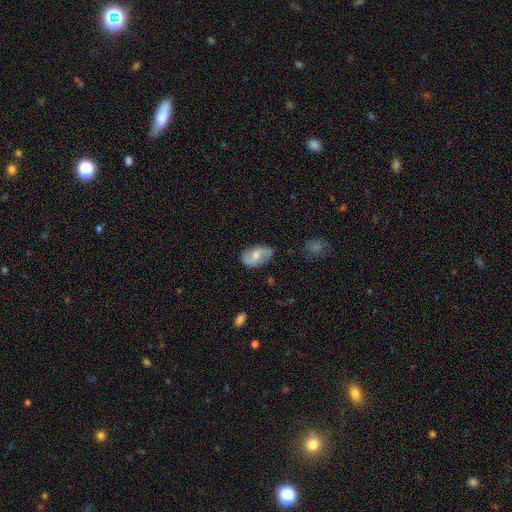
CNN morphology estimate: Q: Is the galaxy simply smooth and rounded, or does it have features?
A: featured or disk — 61%.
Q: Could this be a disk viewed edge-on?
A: no — 96%.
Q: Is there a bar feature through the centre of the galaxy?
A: weak — 46%.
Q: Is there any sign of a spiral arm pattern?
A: yes — 87%.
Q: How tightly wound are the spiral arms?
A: loose — 51%.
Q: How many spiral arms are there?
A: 2 — 88%.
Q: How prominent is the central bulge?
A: moderate — 59%.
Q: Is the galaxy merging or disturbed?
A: none — 71%.